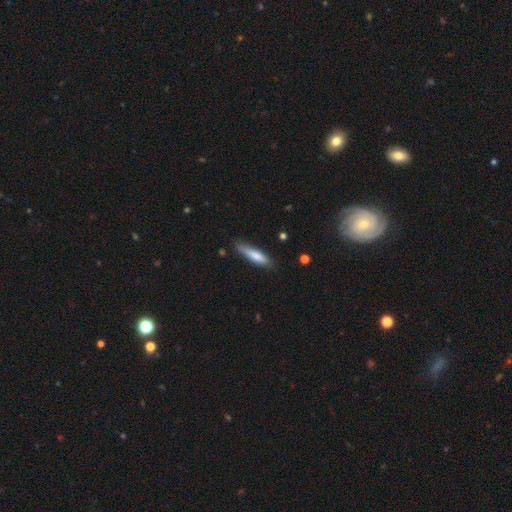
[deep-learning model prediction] smooth_or_featured: smooth (p=0.74) [alt: featured or disk p=0.20]
how_rounded: cigar-shaped (p=0.80) [alt: in between p=0.19]
merging: none (p=0.78) [alt: minor disturbance p=0.18]